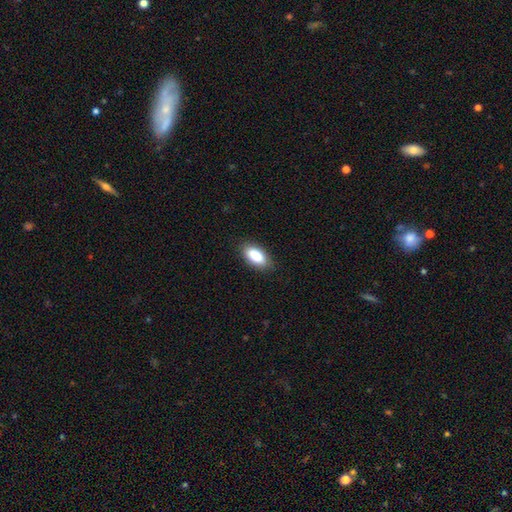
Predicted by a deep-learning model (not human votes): This is clearly a smooth galaxy (88%). How rounded: clearly in between (92%). Merging: clearly none (86%).